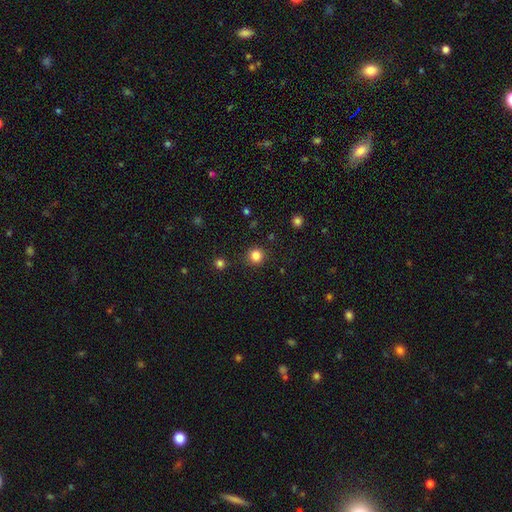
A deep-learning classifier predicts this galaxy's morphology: This is clearly a smooth galaxy (84%). How rounded: clearly round (93%). Merging: clearly none (89%).